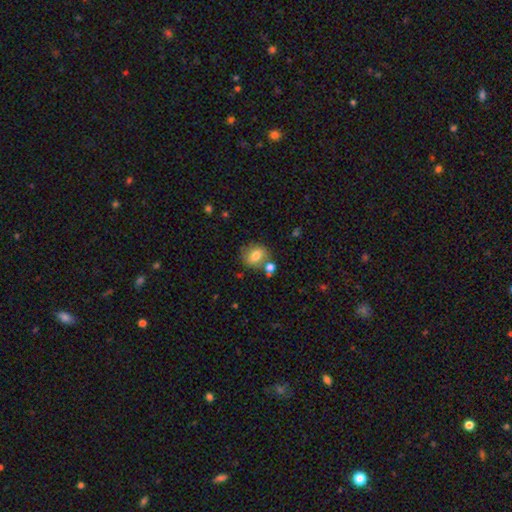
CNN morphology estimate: smooth 75%, featured or disk 15%, star or artifact 10%. Down the decision tree: how rounded — round (60%); merging — none (66%).